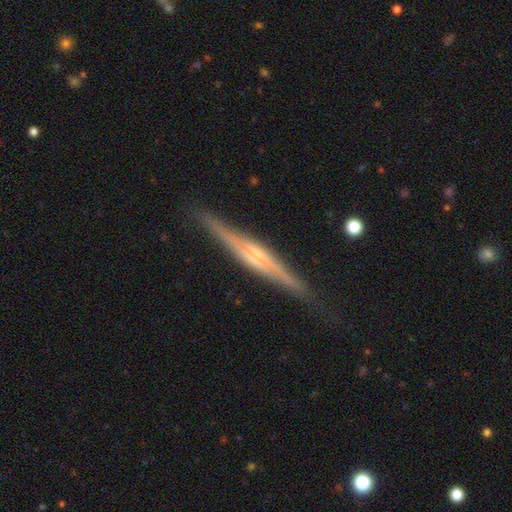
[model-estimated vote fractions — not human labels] smooth-or-featured: featured or disk: 81% | smooth: 13% | star or artifact: 6%
  disk-edge-on: yes: 97% | no: 3%
    edge-on-bulge: rounded: 53% | boxy: 29% | none: 18%
  merging: none: 86% | minor disturbance: 10% | major disturbance: 2% | merger: 1%